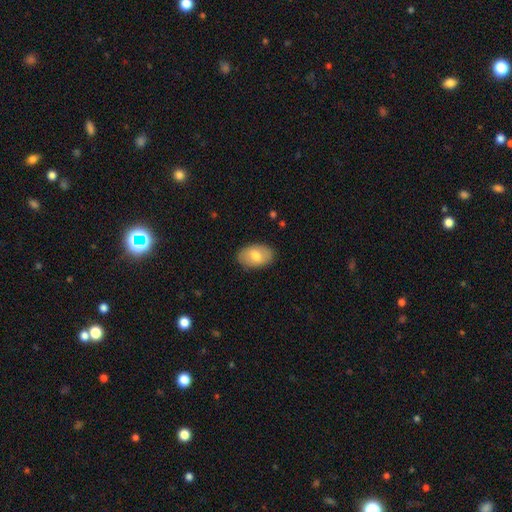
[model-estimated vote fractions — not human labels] Smooth or featured? smooth (72%)
How rounded? in between (90%)
Merging? none (86%)